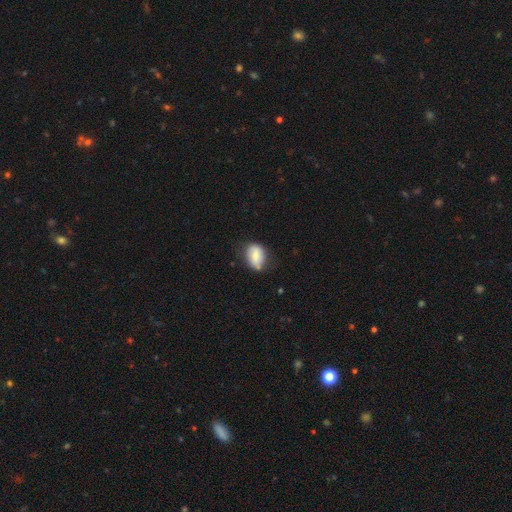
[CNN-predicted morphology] This appears to be a smooth galaxy with no disk features (69%) that is in between round and cigar-shaped (75%). Merging: none (59%).